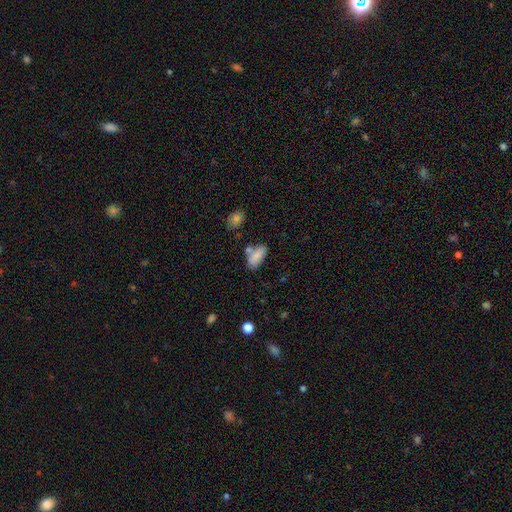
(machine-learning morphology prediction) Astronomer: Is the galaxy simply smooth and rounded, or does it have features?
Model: smooth — 84%.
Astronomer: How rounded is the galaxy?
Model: in between — 88%.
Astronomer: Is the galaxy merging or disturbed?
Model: none — 59%.